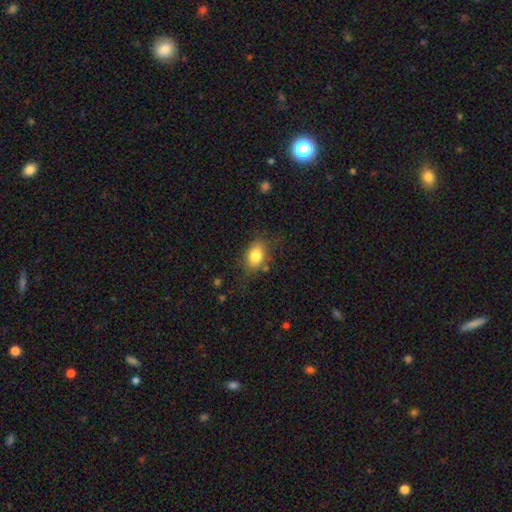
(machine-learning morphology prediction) Overall: smooth (81%). How rounded: in between (77%). Merging: none (70%).